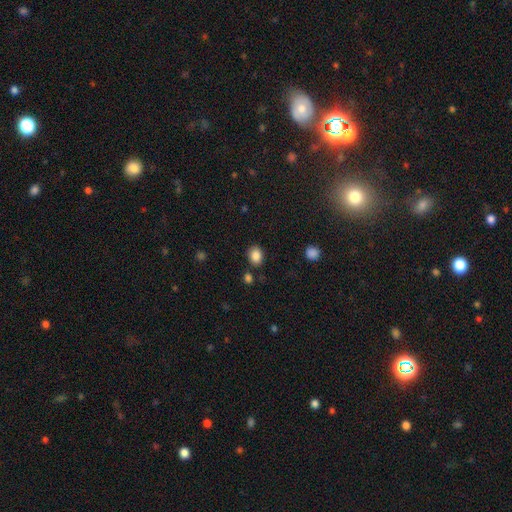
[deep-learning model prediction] smooth_or_featured: smooth (p=0.86) [alt: star or artifact p=0.09]
how_rounded: in between (p=0.55) [alt: round p=0.44]
merging: none (p=0.82) [alt: minor disturbance p=0.11]